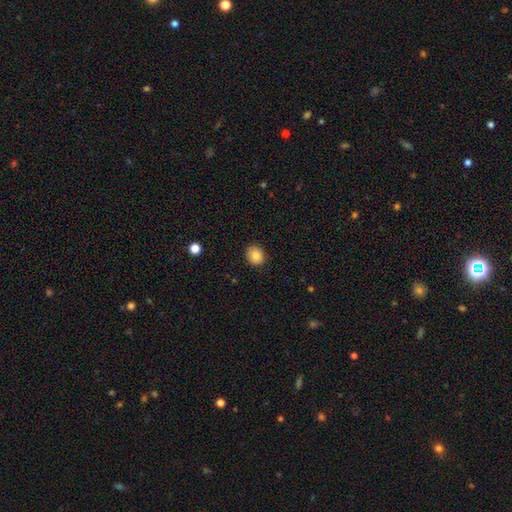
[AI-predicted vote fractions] A smooth galaxy with no disk features (85%) that is round (70%).

Vote fractions:
- Smooth or featured? smooth: 85% / star or artifact: 9% / featured or disk: 6%
- How rounded? round: 70% / in between: 30% / cigar-shaped: 1%
- Merging? none: 89% / minor disturbance: 8% / major disturbance: 2% / merger: 1%